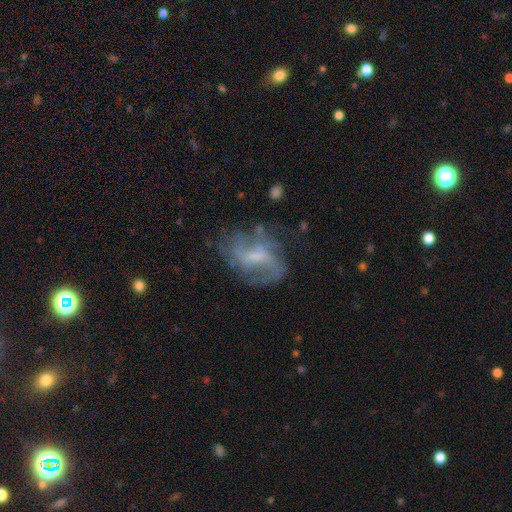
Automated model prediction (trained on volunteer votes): A featured or disk galaxy (71%) with a weak bar (51%), 2 (50%) loose (46%) spiral arms (80%) and a small central bulge (42%).

Vote fractions:
- Smooth or featured? featured or disk: 71% / smooth: 19% / star or artifact: 9%
- Edge-on disk? no: 96% / yes: 4%
- Bar? weak: 51% / no: 30% / strong: 18%
- Spiral arms? yes: 80% / no: 20%
- Spiral winding? loose: 46% / medium: 38% / tight: 16%
- Spiral arm count? 2: 50% / can't tell: 26% / 3: 11% / 1: 6% / 4: 4% / more than 4: 3%
- Bulge size? small: 42% / moderate: 30% / none: 23% / large: 4% / dominant: 1%
- Merging? none: 58% / minor disturbance: 22% / major disturbance: 18% / merger: 3%